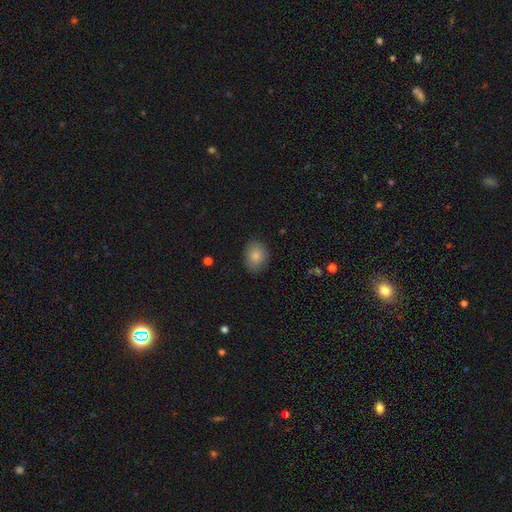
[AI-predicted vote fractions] smooth_or_featured: smooth (p=0.84) [alt: star or artifact p=0.08]
how_rounded: in between (p=0.52) [alt: round p=0.47]
merging: none (p=0.83) [alt: minor disturbance p=0.13]